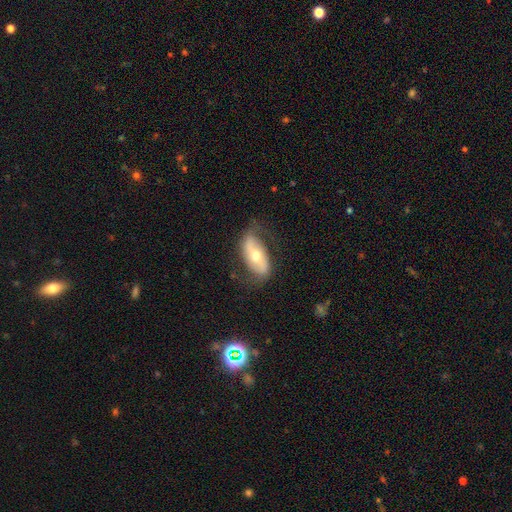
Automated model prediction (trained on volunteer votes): Morphology: type=featured or disk (59%); edge-on=no (89%); bar=no (39%); spiral arms=yes (70%); bulge=moderate (72%); merging=none (67%).